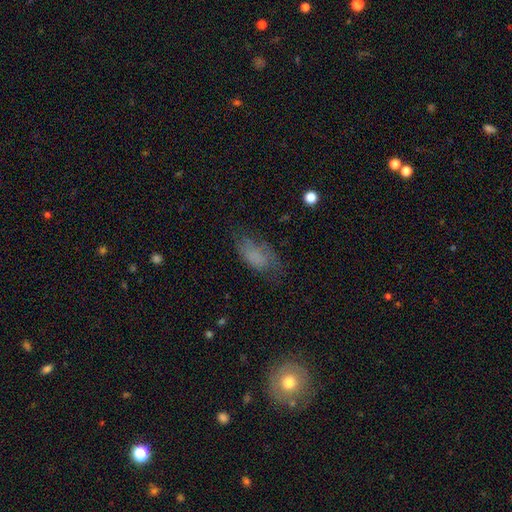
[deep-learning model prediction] smooth_or_featured: smooth (p=0.64) [alt: featured or disk p=0.24]
how_rounded: in between (p=0.88) [alt: cigar-shaped p=0.07]
merging: none (p=0.53) [alt: minor disturbance p=0.27]